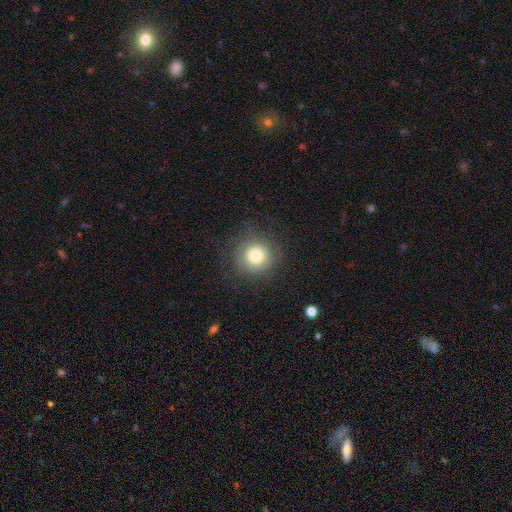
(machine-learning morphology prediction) smooth 70%, featured or disk 18%, star or artifact 12%. Down the decision tree: how rounded — round (94%); merging — none (80%).